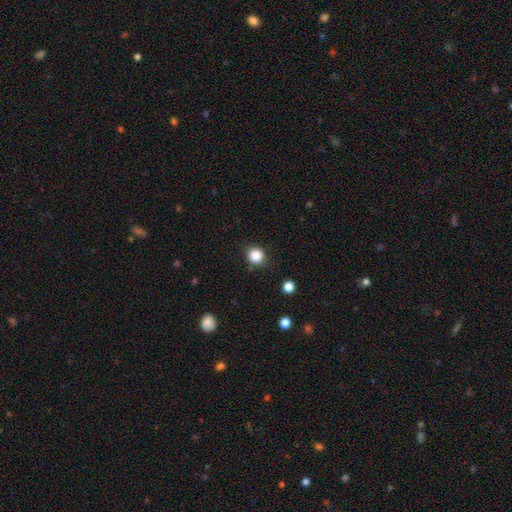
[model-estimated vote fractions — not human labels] A smooth galaxy with no disk features (86%) that is round (89%).

Vote fractions:
- Smooth or featured? smooth: 86% / star or artifact: 11% / featured or disk: 3%
- How rounded? round: 89% / in between: 10% / cigar-shaped: 1%
- Merging? none: 86% / minor disturbance: 10% / major disturbance: 3% / merger: 2%